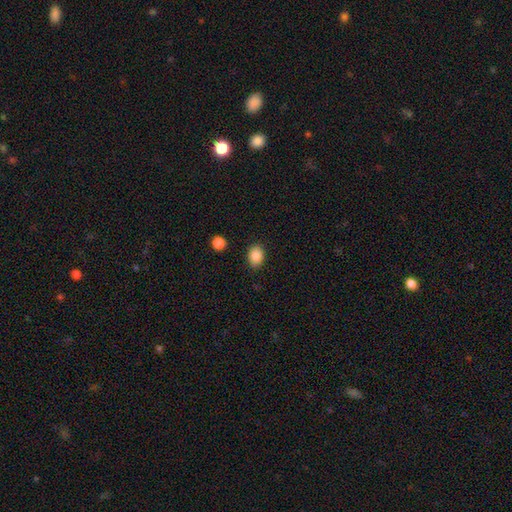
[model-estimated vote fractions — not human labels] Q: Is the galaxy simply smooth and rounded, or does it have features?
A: smooth — 87%.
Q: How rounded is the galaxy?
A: in between — 68%.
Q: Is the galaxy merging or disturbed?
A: none — 86%.